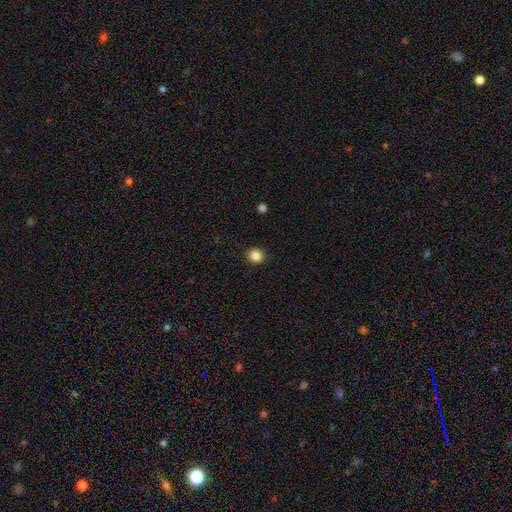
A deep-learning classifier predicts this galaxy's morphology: smooth 86%, star or artifact 10%, featured or disk 4%. Down the decision tree: how rounded — round (83%); merging — none (91%).